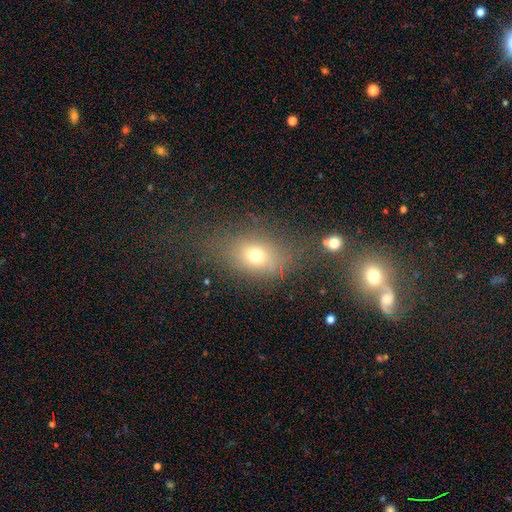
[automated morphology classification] Q: Smooth or featured?
A: smooth (67%); runner-up: star or artifact (18%)
Q: How rounded?
A: in between (62%); runner-up: round (35%)
Q: Merging?
A: none (60%); runner-up: minor disturbance (16%)